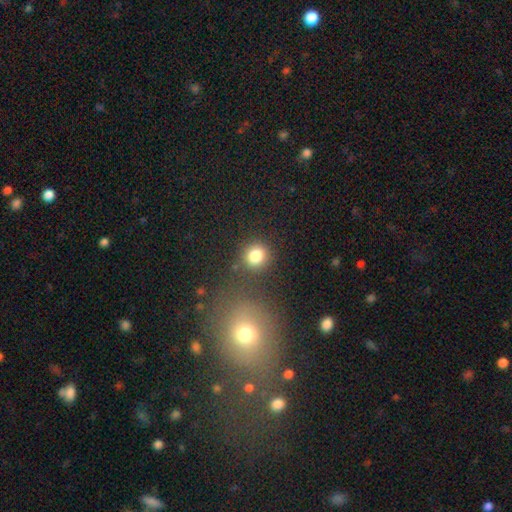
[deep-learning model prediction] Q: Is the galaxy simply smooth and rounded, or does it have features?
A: smooth — 82%.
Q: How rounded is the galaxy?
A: round — 84%.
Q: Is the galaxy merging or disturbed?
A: none — 80%.